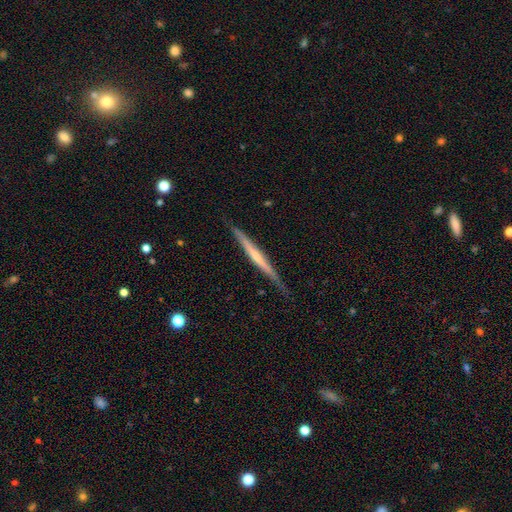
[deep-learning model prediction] Smooth or featured? Predicted: featured or disk (p=0.64). Edge-on disk? Predicted: yes (p=0.97). Edge-on bulge? Predicted: none (p=0.62). Merging? Predicted: none (p=0.83).